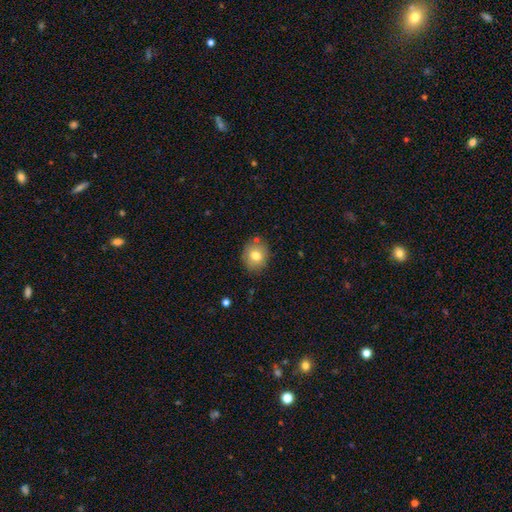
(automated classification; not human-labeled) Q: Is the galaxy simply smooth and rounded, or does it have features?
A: smooth — 76%.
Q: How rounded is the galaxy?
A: round — 69%.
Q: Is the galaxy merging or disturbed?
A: none — 82%.